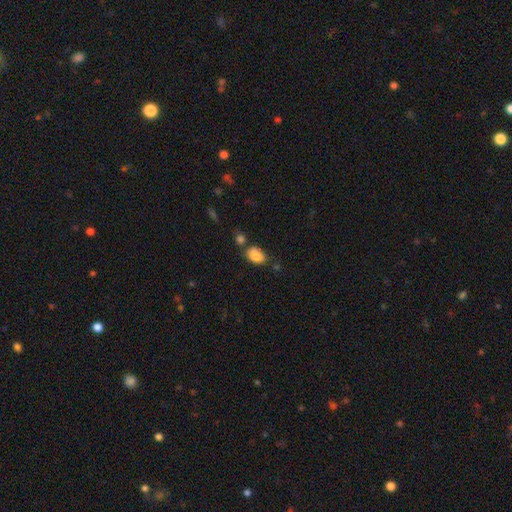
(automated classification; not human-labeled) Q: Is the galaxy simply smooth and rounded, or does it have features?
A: smooth — 83%.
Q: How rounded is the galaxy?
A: in between — 84%.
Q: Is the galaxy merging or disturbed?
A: none — 52%.